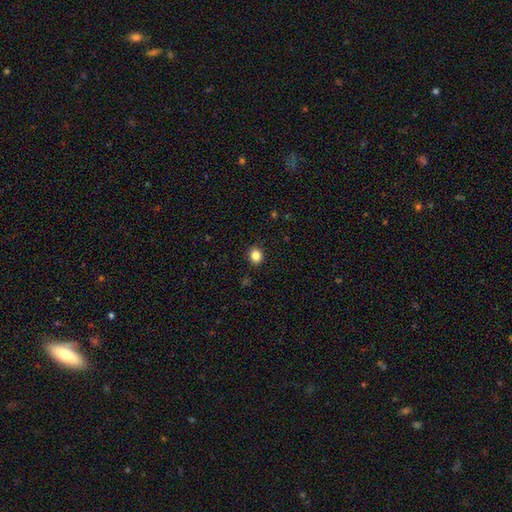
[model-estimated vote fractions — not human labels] smooth-or-featured: smooth: 85% | star or artifact: 11% | featured or disk: 4%
  how-rounded: round: 74% | in between: 26% | cigar-shaped: 1%
  merging: none: 91% | minor disturbance: 6% | major disturbance: 2% | merger: 1%